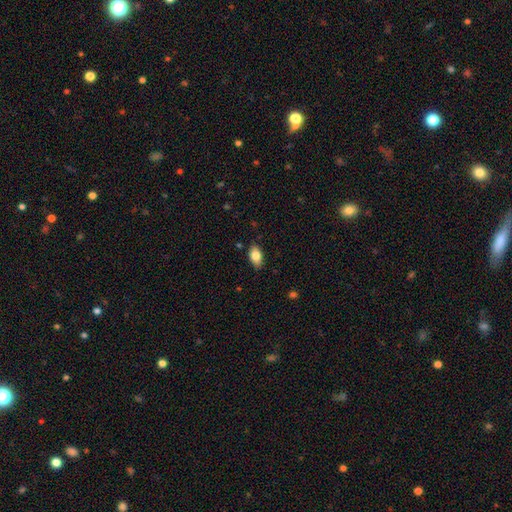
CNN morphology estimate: smooth-or-featured: smooth: 80% | featured or disk: 12% | star or artifact: 7%
  how-rounded: in between: 90% | round: 6% | cigar-shaped: 4%
  merging: none: 85% | minor disturbance: 12% | major disturbance: 2% | merger: 1%